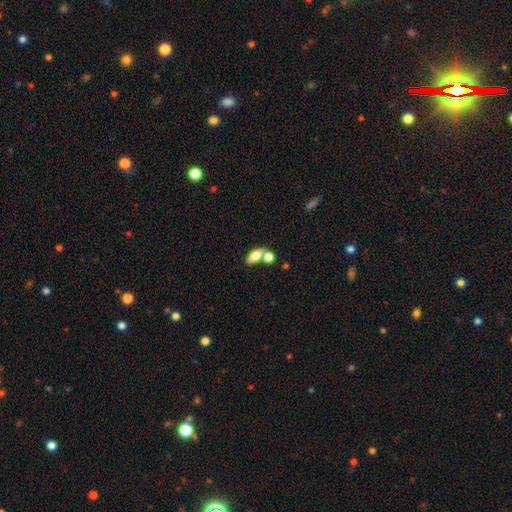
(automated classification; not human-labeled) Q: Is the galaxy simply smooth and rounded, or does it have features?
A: smooth — 70%.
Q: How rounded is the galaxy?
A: in between — 74%.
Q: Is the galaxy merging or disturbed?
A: none — 49%.